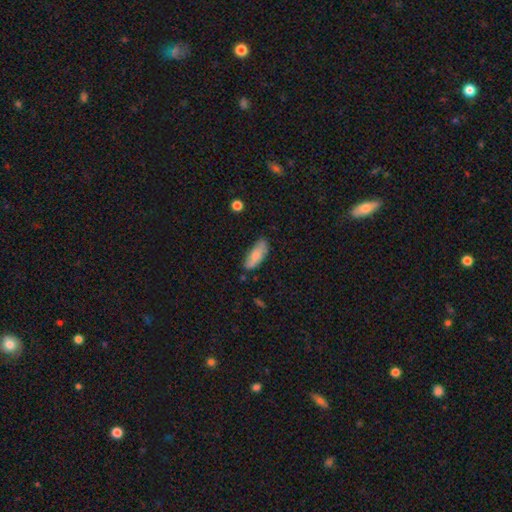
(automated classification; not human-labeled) Smooth or featured: smooth — 79% (featured or disk — 15%)
How rounded: in between — 74% (cigar-shaped — 24%)
Merging: none — 69% (minor disturbance — 24%)